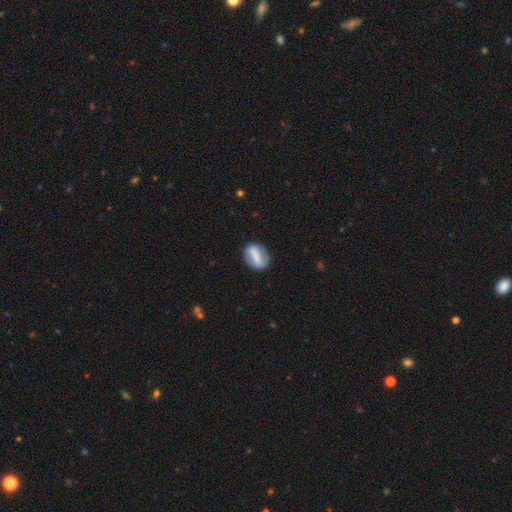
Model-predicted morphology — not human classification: smooth-or-featured: smooth: 53% | featured or disk: 40% | star or artifact: 7%
  how-rounded: in between: 64% | round: 27% | cigar-shaped: 9%
  merging: none: 82% | minor disturbance: 12% | major disturbance: 4% | merger: 2%